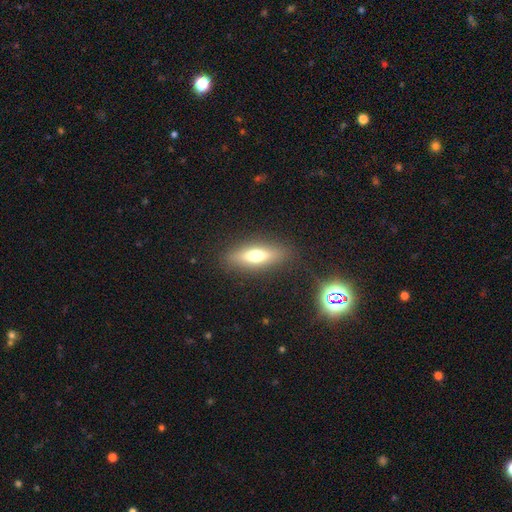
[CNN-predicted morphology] Smooth or featured: smooth — 58% (featured or disk — 33%)
How rounded: in between — 49% (cigar-shaped — 48%)
Merging: none — 86% (minor disturbance — 9%)